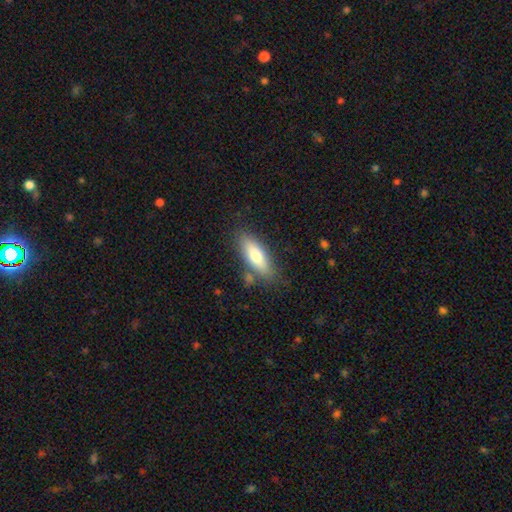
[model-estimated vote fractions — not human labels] smooth-or-featured: smooth: 74% | featured or disk: 19% | star or artifact: 6%
  how-rounded: in between: 62% | cigar-shaped: 36% | round: 2%
  merging: none: 78% | minor disturbance: 14% | merger: 5% | major disturbance: 3%